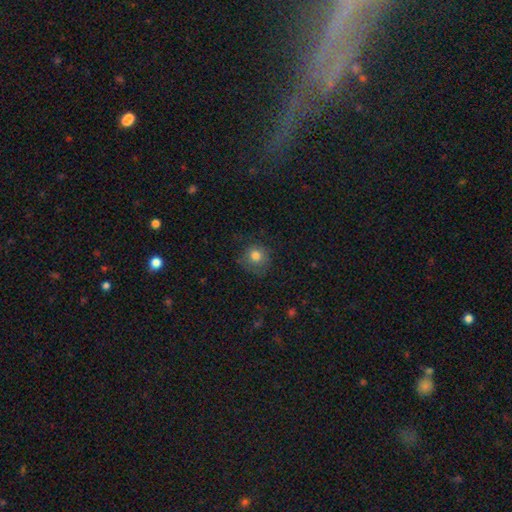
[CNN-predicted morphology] type=smooth (80%); roundness=round (88%); merging=none (75%).